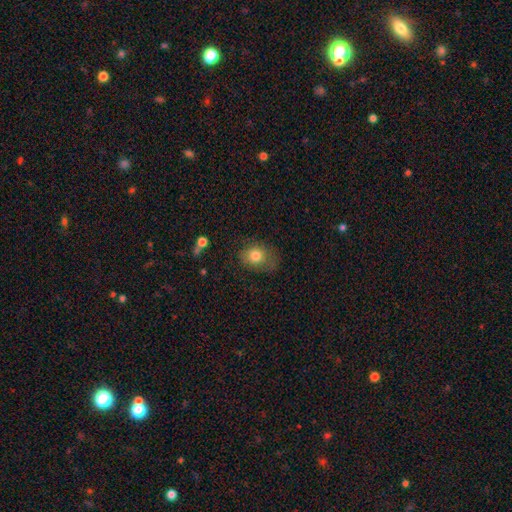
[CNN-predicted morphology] smooth 78%, featured or disk 13%, star or artifact 10%. Down the decision tree: how rounded — in between (53%); merging — none (60%).